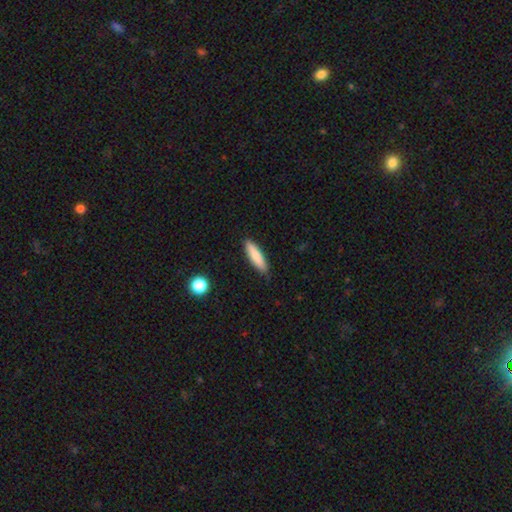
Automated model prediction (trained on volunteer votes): A smooth galaxy with no disk features (83%) that is cigar-shaped (70%).

Vote fractions:
- Smooth or featured? smooth: 83% / featured or disk: 10% / star or artifact: 6%
- How rounded? cigar-shaped: 70% / in between: 28% / round: 1%
- Merging? none: 85% / minor disturbance: 12% / major disturbance: 2% / merger: 1%